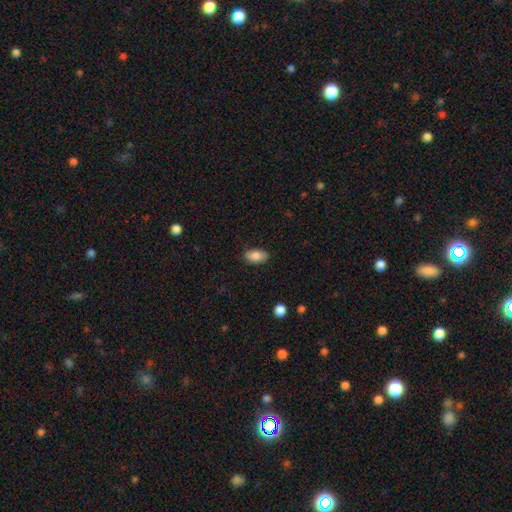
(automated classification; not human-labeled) Overall: smooth (80%). How rounded: in between (91%). Merging: none (84%).